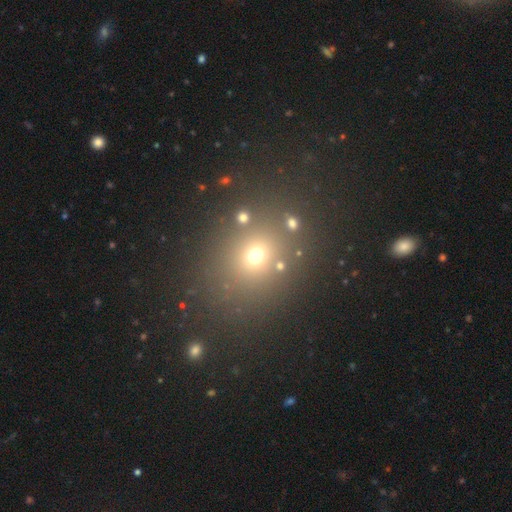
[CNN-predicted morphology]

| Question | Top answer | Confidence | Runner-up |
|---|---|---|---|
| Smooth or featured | smooth | 64% | star or artifact (26%) |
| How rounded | round | 72% | in between (27%) |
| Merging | none | 77% | minor disturbance (11%) |